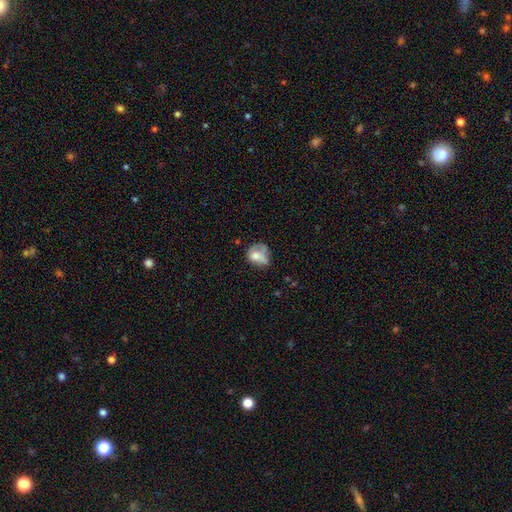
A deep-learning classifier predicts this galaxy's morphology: smooth-or-featured: smooth: 64% | featured or disk: 27% | star or artifact: 9%
  how-rounded: round: 61% | in between: 38% | cigar-shaped: 1%
  merging: none: 33% | minor disturbance: 31% | major disturbance: 27% | merger: 10%